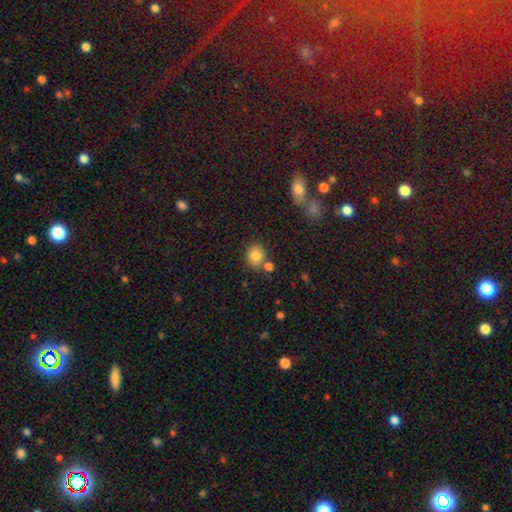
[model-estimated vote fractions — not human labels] A smooth galaxy with no disk features (81%) that is round (70%). Merging: none (72%).